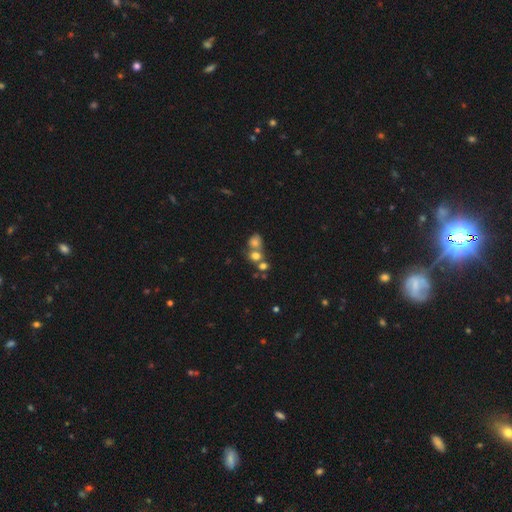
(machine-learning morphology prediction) Overall: smooth (69%). How rounded: round (70%). Merging: merger (50%; none 37%).